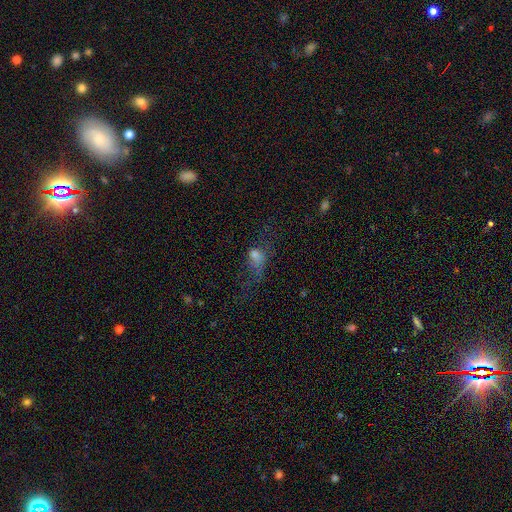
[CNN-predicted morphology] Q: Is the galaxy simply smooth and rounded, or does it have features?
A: smooth — 55%.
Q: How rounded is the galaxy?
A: in between — 63%.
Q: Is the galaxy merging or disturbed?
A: major disturbance — 46%.